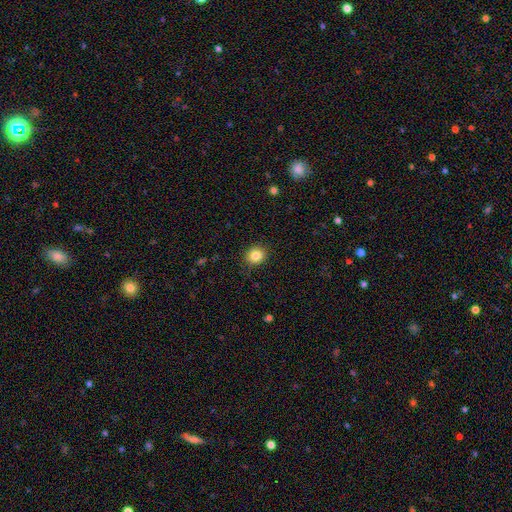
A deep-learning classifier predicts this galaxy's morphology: The model was most divided on "how rounded": round: 75%, in between: 24%, cigar-shaped: 1%. More confident: merging — none (89%); smooth or featured — smooth (84%).